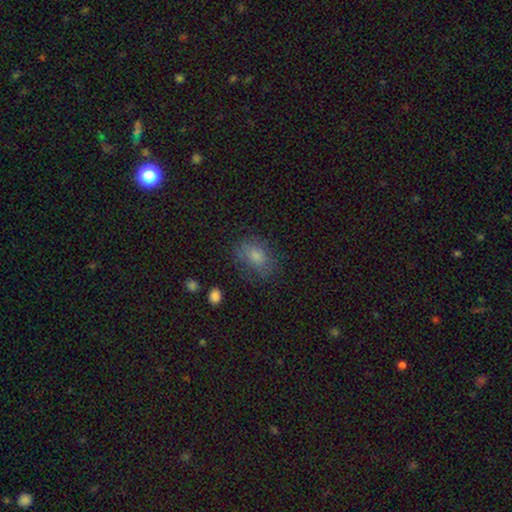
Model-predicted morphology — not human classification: A smooth galaxy with no disk features (76%) that is in between round and cigar-shaped (76%). Merging: none (66%).